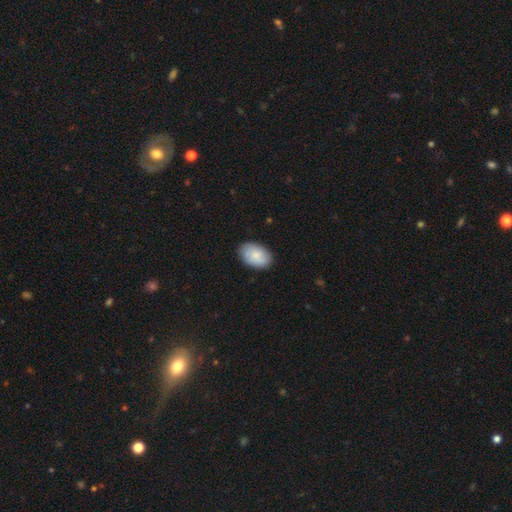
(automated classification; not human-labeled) The model was most divided on "smooth or featured": smooth: 83%, featured or disk: 11%, star or artifact: 6%. More confident: how rounded — in between (89%); merging — none (86%).